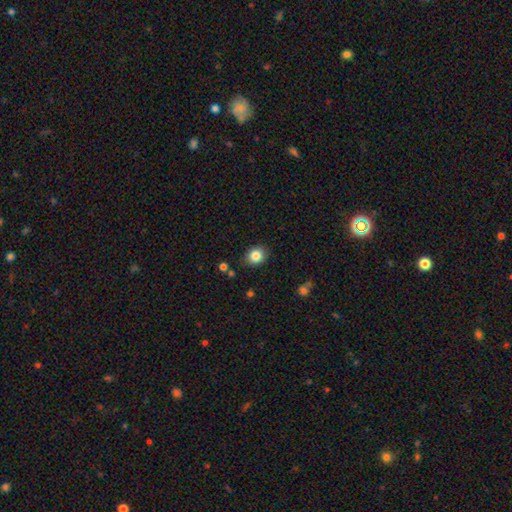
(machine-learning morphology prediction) The model was most divided on "how rounded": round: 56%, in between: 43%, cigar-shaped: 1%. More confident: merging — none (85%); smooth or featured — smooth (83%).